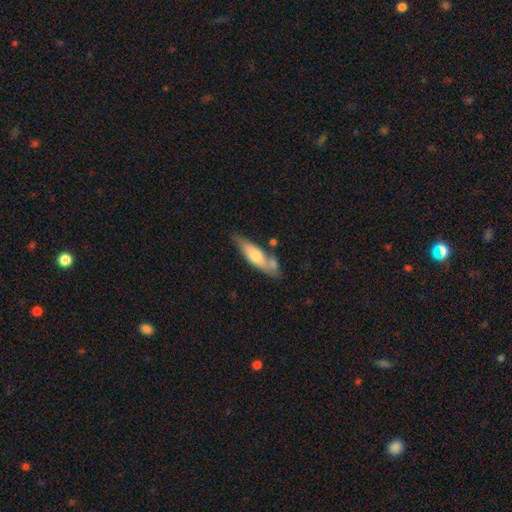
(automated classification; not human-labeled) smooth-or-featured: smooth: 58% | featured or disk: 36% | star or artifact: 6%
  how-rounded: cigar-shaped: 61% | in between: 37% | round: 2%
  merging: none: 57% | minor disturbance: 22% | merger: 16% | major disturbance: 5%